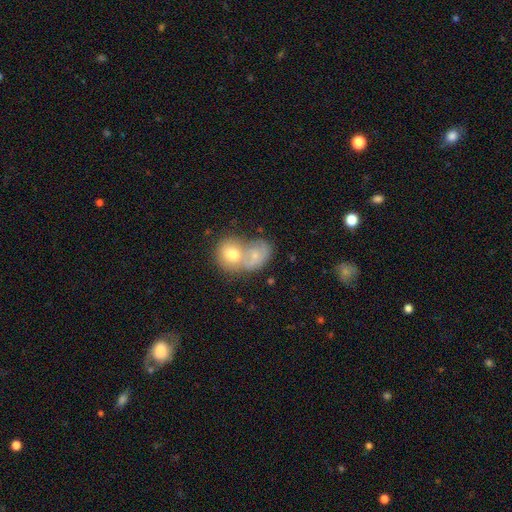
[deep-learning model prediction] A smooth galaxy with no disk features (61%) that is in between round and cigar-shaped (50%).

Vote fractions:
- Smooth or featured? smooth: 61% / featured or disk: 30% / star or artifact: 8%
- How rounded? in between: 50% / round: 49% / cigar-shaped: 1%
- Merging? merger: 68% / none: 19% / minor disturbance: 8% / major disturbance: 5%